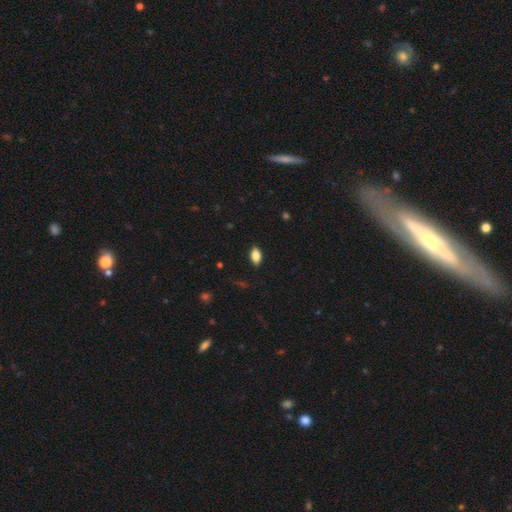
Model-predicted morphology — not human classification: A smooth galaxy with no disk features (81%) that is in between round and cigar-shaped (89%). Merging: none (88%).